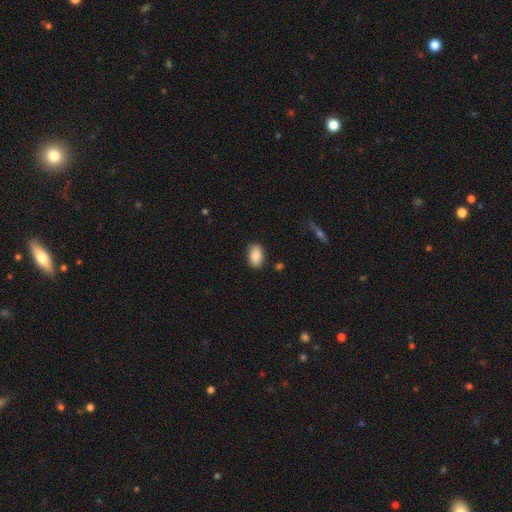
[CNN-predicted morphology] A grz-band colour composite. It shows a smooth galaxy with no disk features (87%) that is in between round and cigar-shaped (89%). Merging: none (85%).